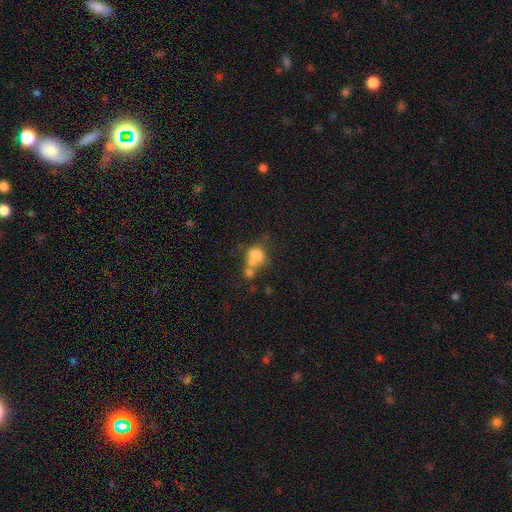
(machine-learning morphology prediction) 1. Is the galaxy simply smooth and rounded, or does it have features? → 58% smooth, 26% featured or disk, 15% star or artifact.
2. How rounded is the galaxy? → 56% in between, 42% round, 2% cigar-shaped.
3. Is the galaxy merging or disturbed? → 52% merger, 26% none, 11% minor disturbance, 11% major disturbance.